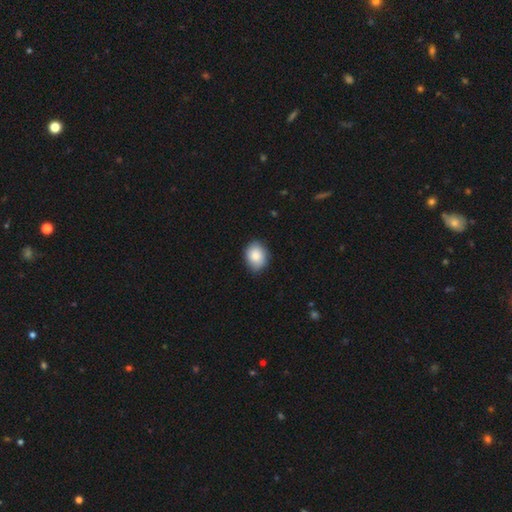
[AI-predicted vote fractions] Smooth or featured?
  - smooth: 85% *
  - featured or disk: 8%
  - star or artifact: 7%
How rounded?
  - in between: 56% *
  - round: 43%
  - cigar-shaped: 1%
Merging?
  - none: 83% *
  - minor disturbance: 14%
  - major disturbance: 2%
  - merger: 1%